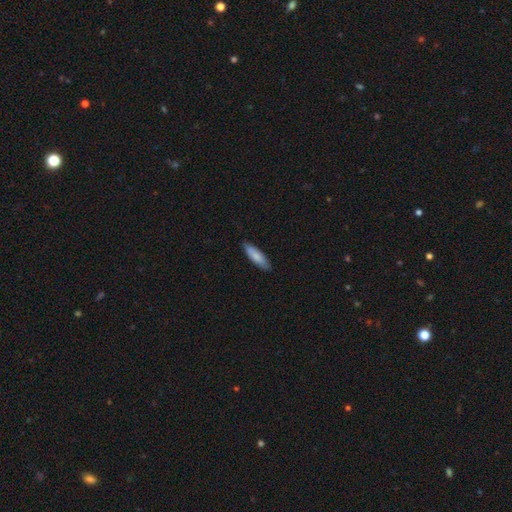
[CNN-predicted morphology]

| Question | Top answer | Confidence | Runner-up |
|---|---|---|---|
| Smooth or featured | smooth | 81% | featured or disk (13%) |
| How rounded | cigar-shaped | 60% | in between (39%) |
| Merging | none | 86% | minor disturbance (12%) |